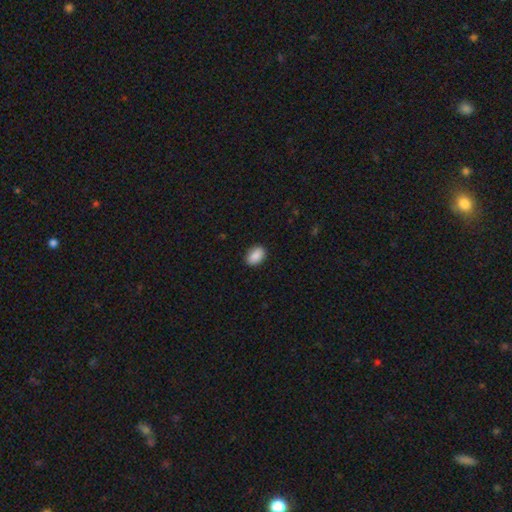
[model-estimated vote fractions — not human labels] smooth 89%, star or artifact 7%, featured or disk 4%. Down the decision tree: how rounded — in between (87%); merging — none (89%).